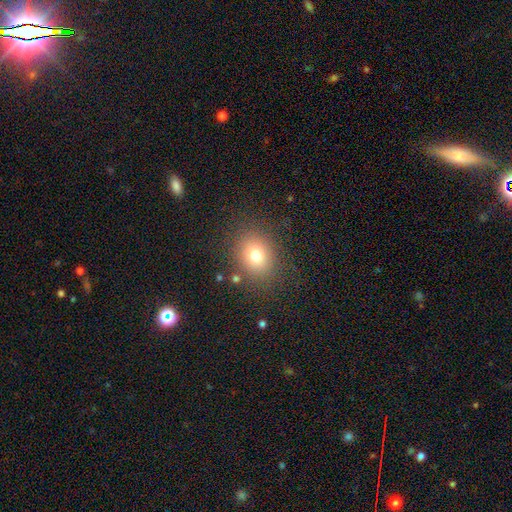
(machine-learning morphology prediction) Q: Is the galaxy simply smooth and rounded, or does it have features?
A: smooth — 74%.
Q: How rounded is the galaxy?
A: round — 65%.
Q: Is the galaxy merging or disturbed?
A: none — 82%.